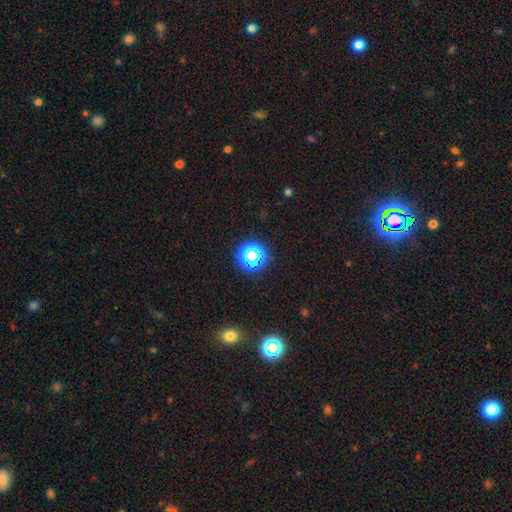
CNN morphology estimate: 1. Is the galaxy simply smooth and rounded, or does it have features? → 62% star or artifact, 28% smooth, 9% featured or disk.